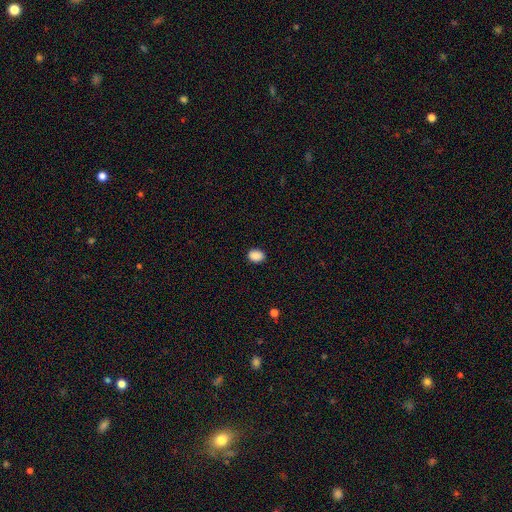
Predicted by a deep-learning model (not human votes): smooth 89%, star or artifact 9%, featured or disk 2%. Down the decision tree: how rounded — in between (63%); merging — none (89%).